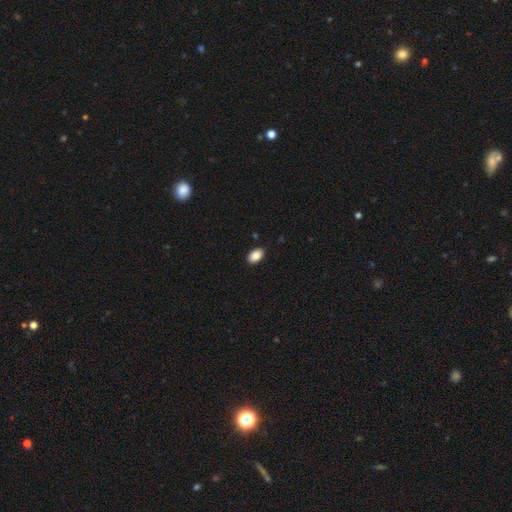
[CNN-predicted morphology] Smooth or featured: smooth — 86% (star or artifact — 8%)
How rounded: in between — 92% (round — 7%)
Merging: none — 88% (minor disturbance — 9%)